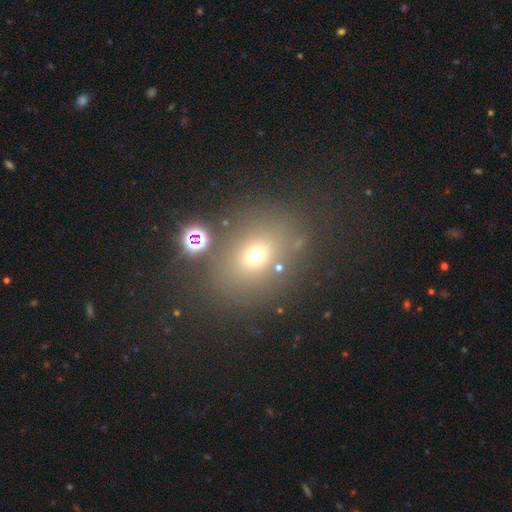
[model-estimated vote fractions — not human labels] Overall: smooth (64%). How rounded: round (52%; in between 46%). Merging: none (75%).